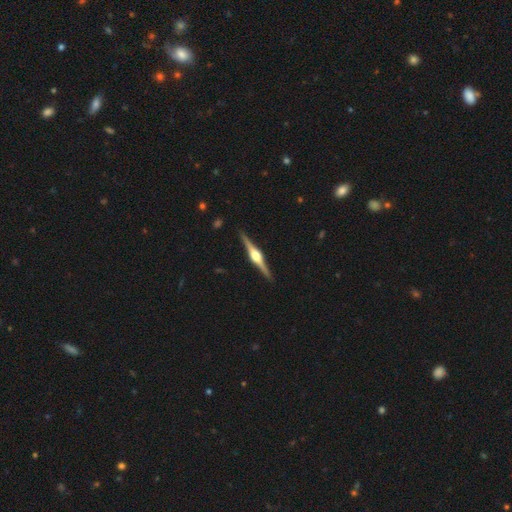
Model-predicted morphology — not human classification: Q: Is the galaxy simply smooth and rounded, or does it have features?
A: featured or disk — 87%.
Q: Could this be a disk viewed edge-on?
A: yes — 99%.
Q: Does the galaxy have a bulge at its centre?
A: rounded — 94%.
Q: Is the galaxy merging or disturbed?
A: none — 92%.